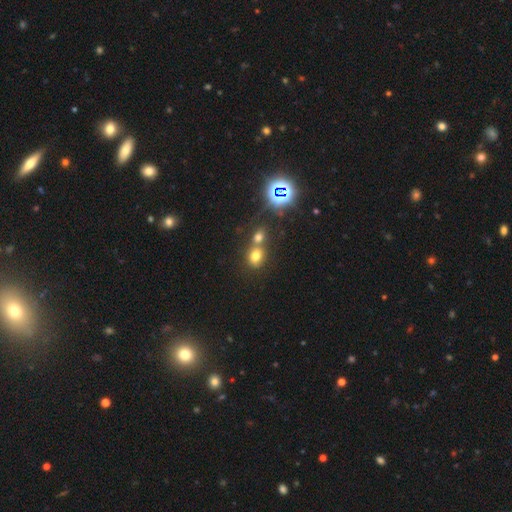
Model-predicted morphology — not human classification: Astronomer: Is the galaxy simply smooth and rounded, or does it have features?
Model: smooth — 70%.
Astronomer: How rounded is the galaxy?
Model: round — 58% (runner-up: in between, 41%).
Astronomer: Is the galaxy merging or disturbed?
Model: merger — 48% (runner-up: none, 40%).